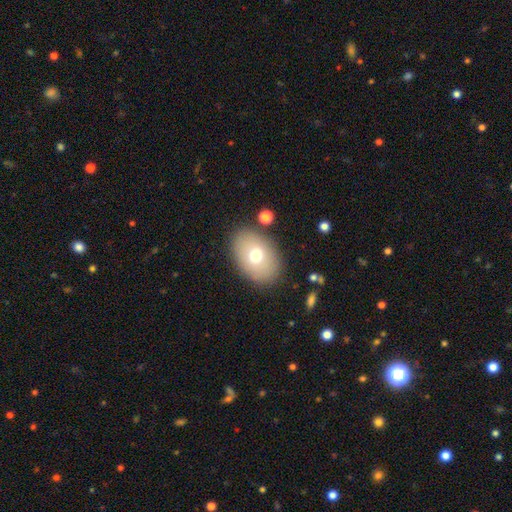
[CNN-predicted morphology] Smooth or featured: smooth — 70% (featured or disk — 21%)
How rounded: in between — 81% (round — 18%)
Merging: none — 84% (minor disturbance — 10%)